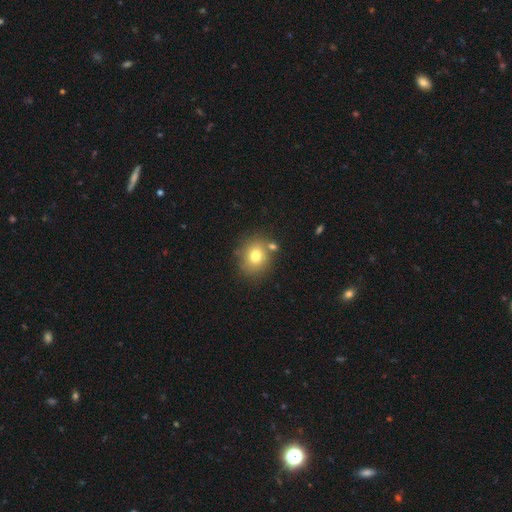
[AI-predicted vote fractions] A smooth galaxy with no disk features (76%) that is round (77%).

Vote fractions:
- Smooth or featured? smooth: 76% / featured or disk: 13% / star or artifact: 12%
- How rounded? round: 77% / in between: 23% / cigar-shaped: 1%
- Merging? none: 73% / merger: 12% / minor disturbance: 11% / major disturbance: 4%